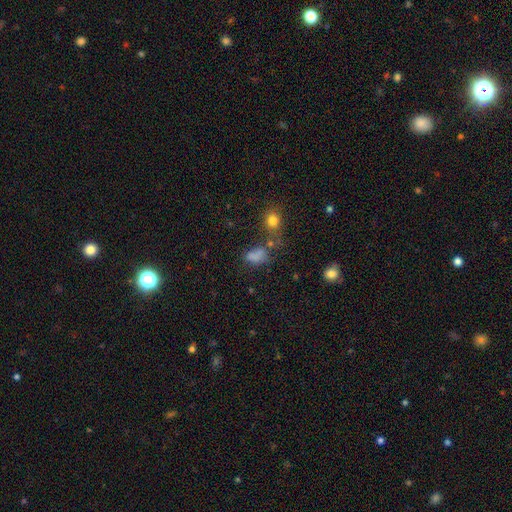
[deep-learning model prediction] This is likely a smooth galaxy (72%). How rounded: likely in between (78%). Merging: marginally none (39%).